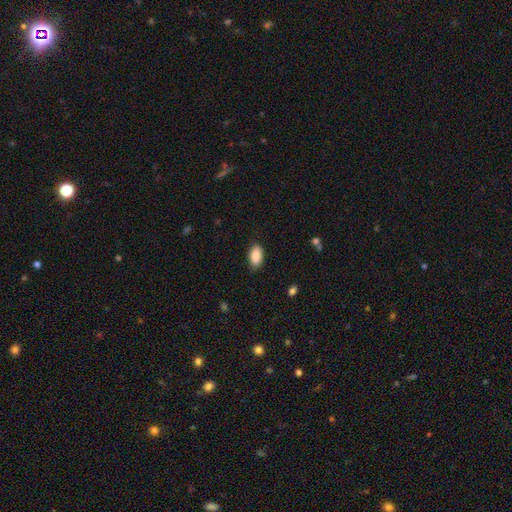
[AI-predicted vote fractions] Smooth or featured? Predicted: smooth (p=0.88). How rounded? Predicted: in between (p=0.93). Merging? Predicted: none (p=0.86).